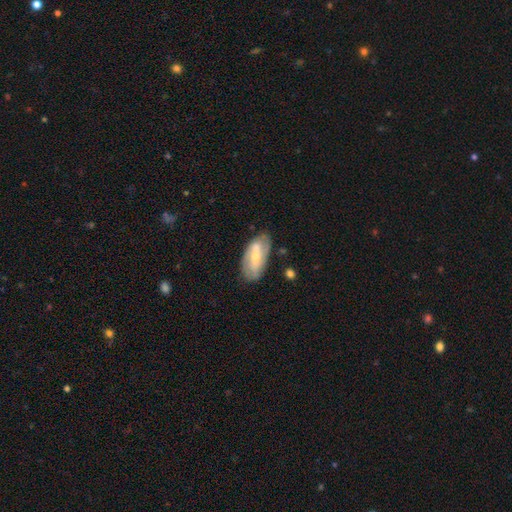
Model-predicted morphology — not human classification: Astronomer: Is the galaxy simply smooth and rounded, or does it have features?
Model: featured or disk — 63%.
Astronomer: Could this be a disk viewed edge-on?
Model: no — 89%.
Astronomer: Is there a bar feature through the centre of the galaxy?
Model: strong — 44% (runner-up: weak, 36%).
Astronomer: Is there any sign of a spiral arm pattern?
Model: yes — 72%.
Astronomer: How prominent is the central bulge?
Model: small — 48% (runner-up: moderate, 46%).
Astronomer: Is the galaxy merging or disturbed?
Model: none — 76%.